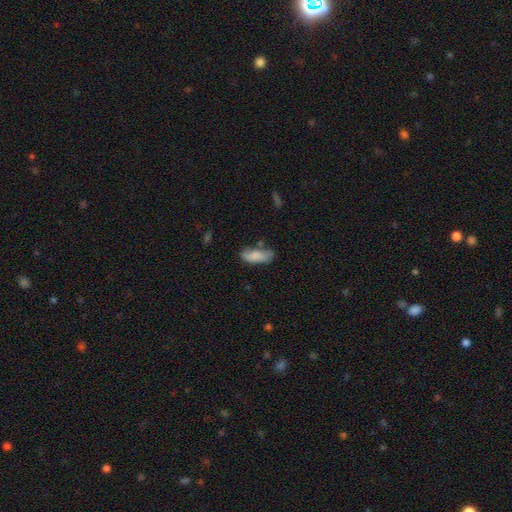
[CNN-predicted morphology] Smooth or featured?
  - smooth: 80% *
  - featured or disk: 13%
  - star or artifact: 7%
How rounded?
  - in between: 73% *
  - cigar-shaped: 25%
  - round: 2%
Merging?
  - none: 52% *
  - minor disturbance: 29%
  - major disturbance: 10%
  - merger: 9%